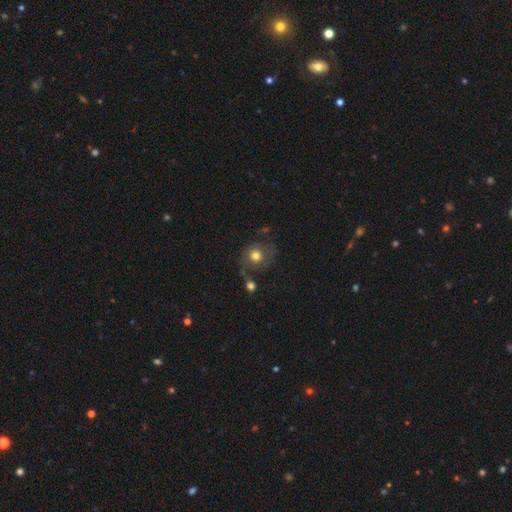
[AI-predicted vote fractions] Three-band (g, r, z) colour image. It shows a smooth galaxy with no disk features (57%) that is round (81%). Merging: none (53%).